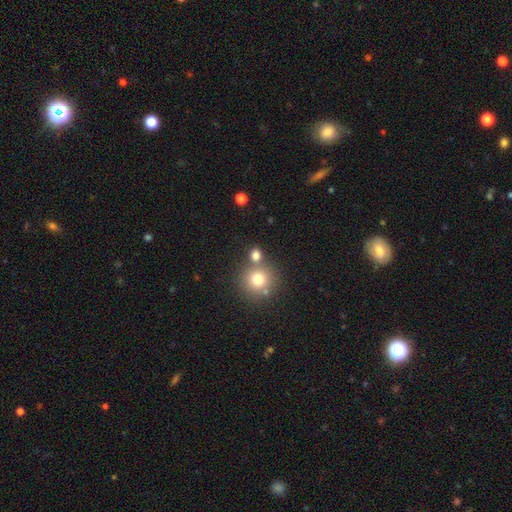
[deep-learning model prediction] Smooth or featured? smooth (76%)
How rounded? round (76%)
Merging? none (63%)